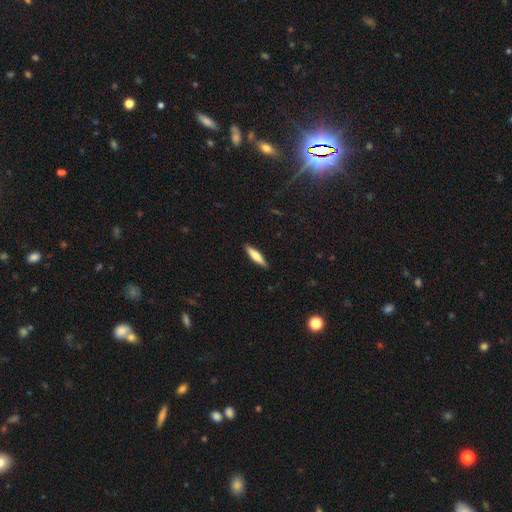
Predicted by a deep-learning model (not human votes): Smooth or featured? Predicted: smooth (p=0.63). How rounded? Predicted: cigar-shaped (p=0.78). Merging? Predicted: none (p=0.89).